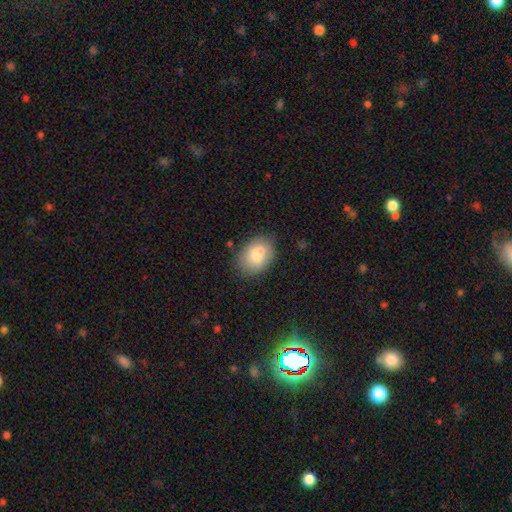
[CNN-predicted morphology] smooth_or_featured: smooth (p=0.73) [alt: featured or disk p=0.19]
how_rounded: in between (p=0.72) [alt: round p=0.27]
merging: none (p=0.60) [alt: merger p=0.19]